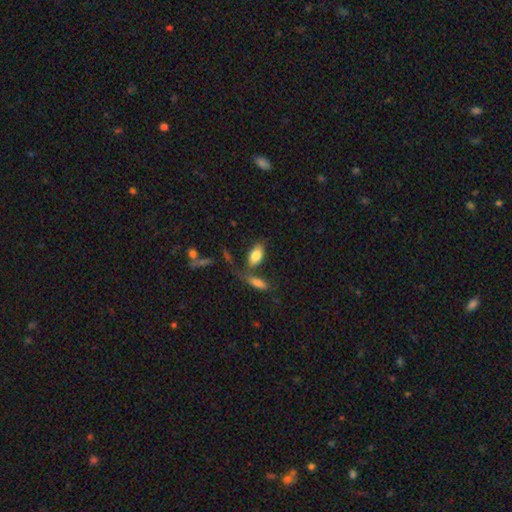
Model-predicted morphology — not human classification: Smooth or featured? Predicted: smooth (p=0.81). How rounded? Predicted: in between (p=0.91). Merging? Predicted: none (p=0.58).